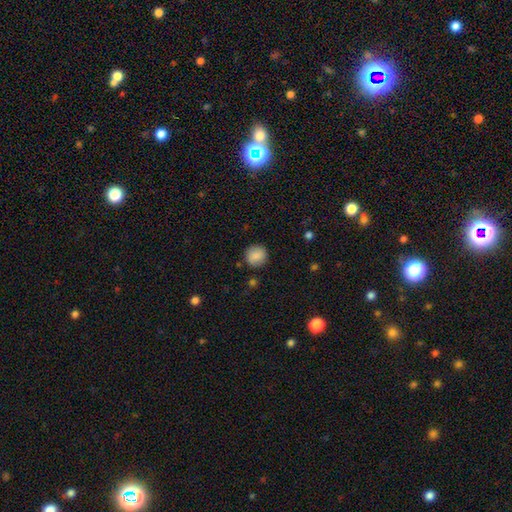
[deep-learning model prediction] This appears to be a smooth galaxy with no disk features (87%) that is round (90%). Merging: none (88%).